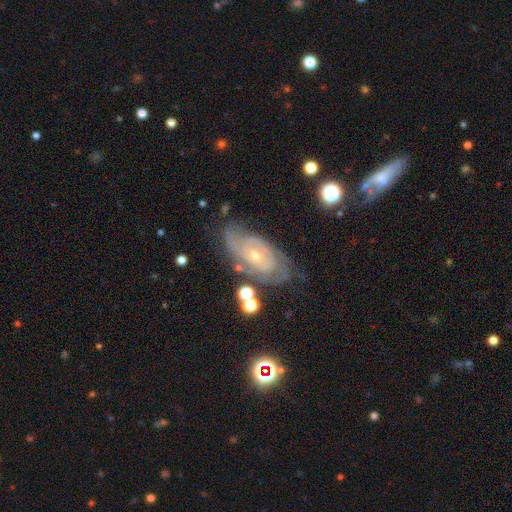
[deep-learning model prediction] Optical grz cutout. It shows a featured or disk galaxy (81%) with no bar (66%), tight (67%) spiral arms (92%) and a small central bulge (73%). Merging: none (64%).